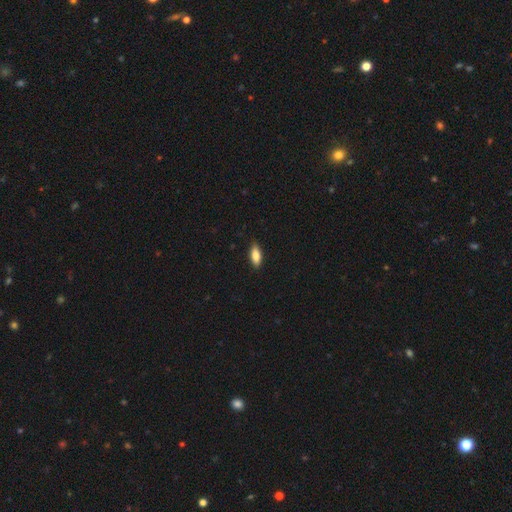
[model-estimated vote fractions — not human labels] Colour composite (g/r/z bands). It shows a smooth galaxy with no disk features (83%) that is in between round and cigar-shaped (78%). Merging: none (87%).